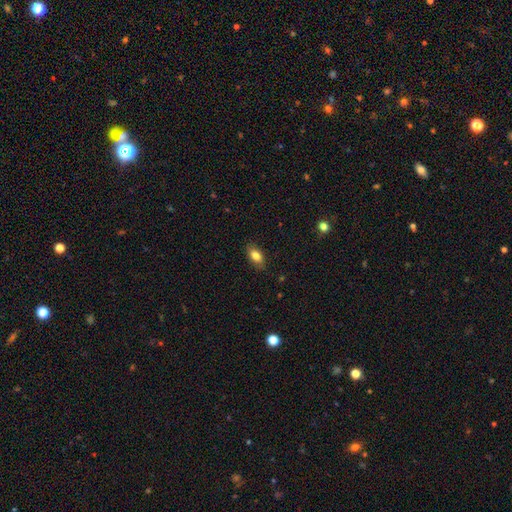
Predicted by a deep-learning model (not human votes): smooth 81%, featured or disk 11%, star or artifact 8%. Down the decision tree: how rounded — in between (88%); merging — none (85%).